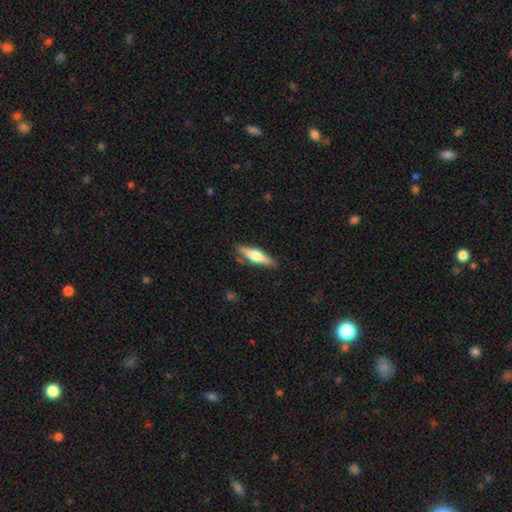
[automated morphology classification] This appears to be a featured or disk galaxy (49%). Merging: none (86%).